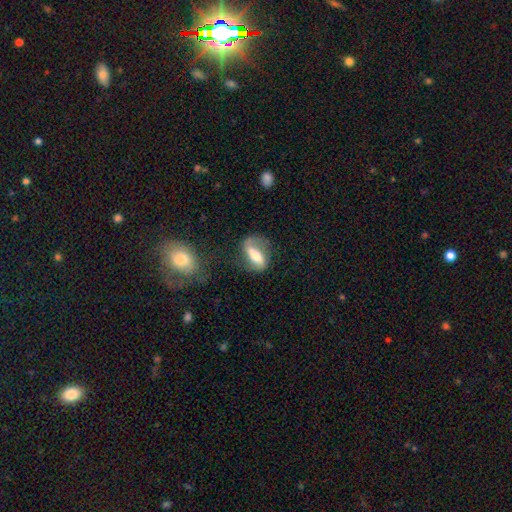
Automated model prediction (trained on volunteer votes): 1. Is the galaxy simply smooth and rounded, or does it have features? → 61% featured or disk, 32% smooth, 7% star or artifact.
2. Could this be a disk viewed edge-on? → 87% no, 13% yes.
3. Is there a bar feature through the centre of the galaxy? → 53% strong, 26% weak, 20% no.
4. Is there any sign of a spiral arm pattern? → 76% yes, 24% no.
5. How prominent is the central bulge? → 64% moderate, 16% small, 16% large, 2% dominant, 2% none.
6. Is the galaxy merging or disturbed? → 60% none, 21% minor disturbance, 15% major disturbance, 4% merger.